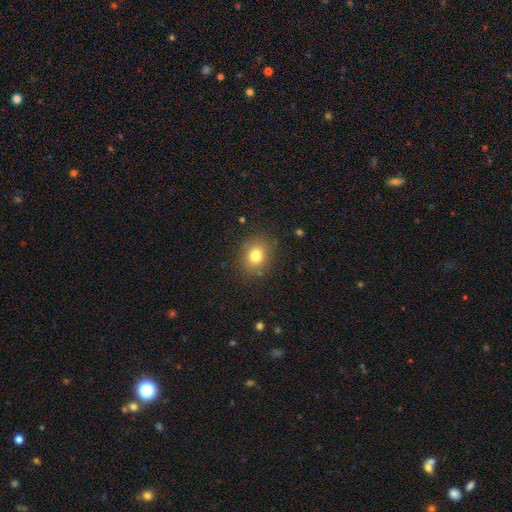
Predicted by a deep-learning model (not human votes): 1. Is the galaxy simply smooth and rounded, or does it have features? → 78% smooth, 12% star or artifact, 9% featured or disk.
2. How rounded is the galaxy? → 65% round, 35% in between, 1% cigar-shaped.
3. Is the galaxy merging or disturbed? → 86% none, 10% minor disturbance, 3% major disturbance, 1% merger.